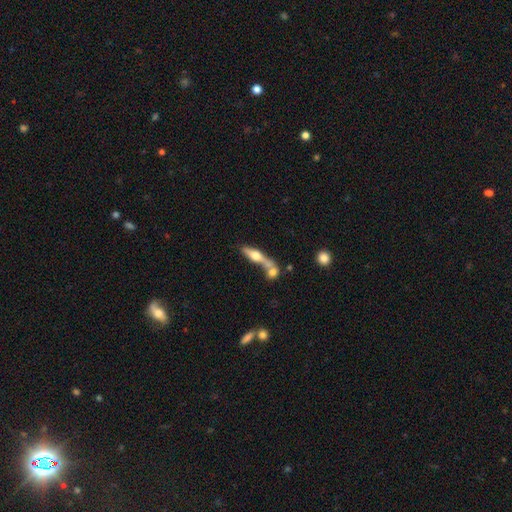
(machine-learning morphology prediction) smooth_or_featured: featured or disk (p=0.49) [alt: smooth p=0.44]
merging: merger (p=0.48) [alt: none p=0.36]